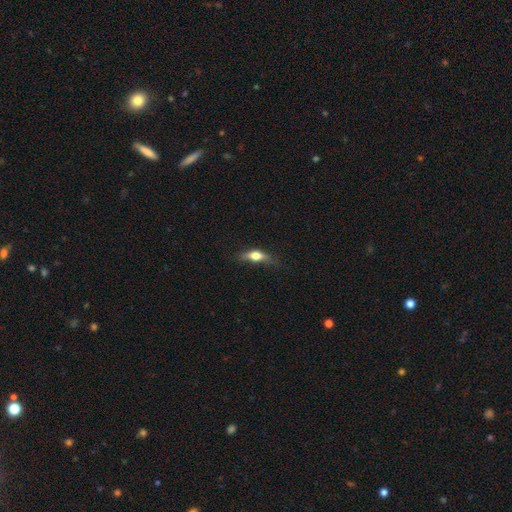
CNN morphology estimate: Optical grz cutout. It shows a smooth galaxy with no disk features (64%) that is in between round and cigar-shaped (63%). Merging: none (51%).